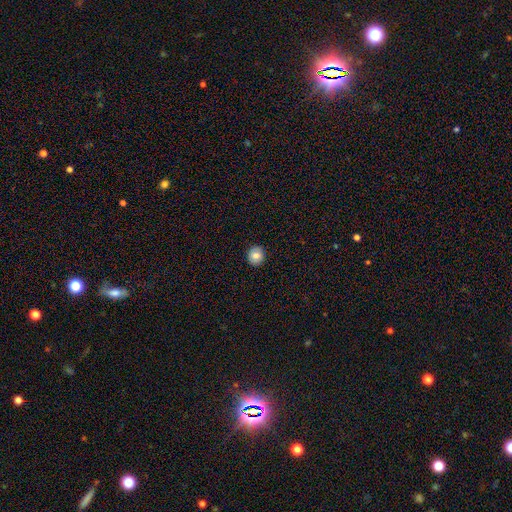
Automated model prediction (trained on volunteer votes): This appears to be a smooth galaxy with no disk features (82%) that is round (86%). Merging: none (92%).